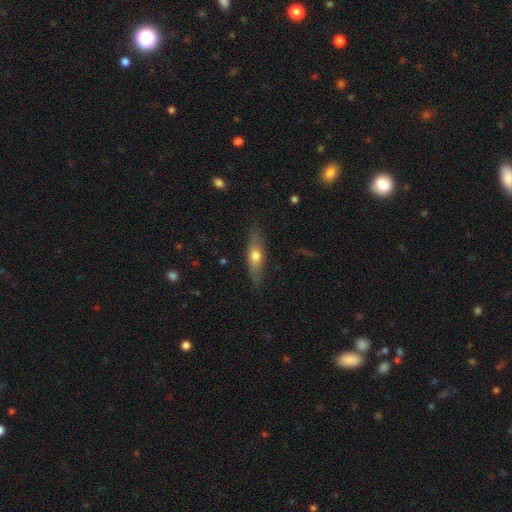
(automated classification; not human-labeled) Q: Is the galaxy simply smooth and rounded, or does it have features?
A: smooth — 56%.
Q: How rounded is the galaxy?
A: cigar-shaped — 53%.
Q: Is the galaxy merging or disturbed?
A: none — 82%.